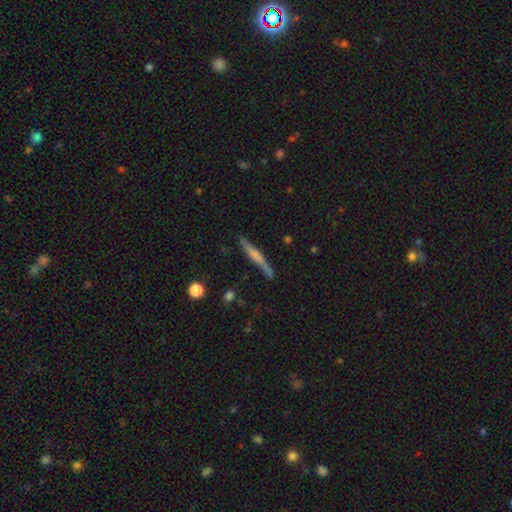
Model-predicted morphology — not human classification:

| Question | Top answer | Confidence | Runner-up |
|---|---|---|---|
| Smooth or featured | featured or disk | 56% | smooth (38%) |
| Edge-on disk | yes | 96% | no (4%) |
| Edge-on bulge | rounded | 48% | none (31%) |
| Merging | none | 81% | minor disturbance (13%) |